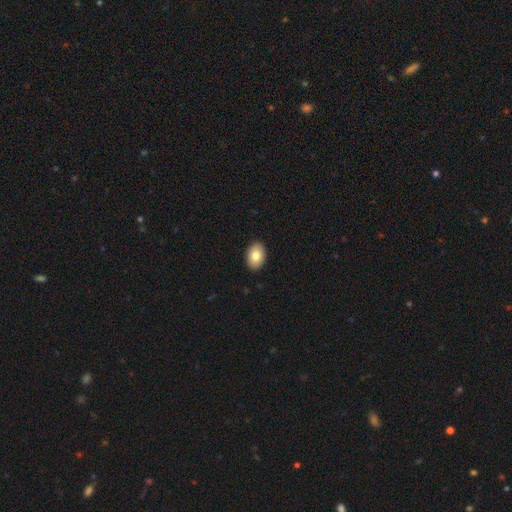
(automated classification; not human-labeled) Smooth or featured?
  - smooth: 81% *
  - featured or disk: 12%
  - star or artifact: 7%
How rounded?
  - in between: 88% *
  - round: 11%
  - cigar-shaped: 1%
Merging?
  - none: 91% *
  - minor disturbance: 7%
  - major disturbance: 2%
  - merger: 1%